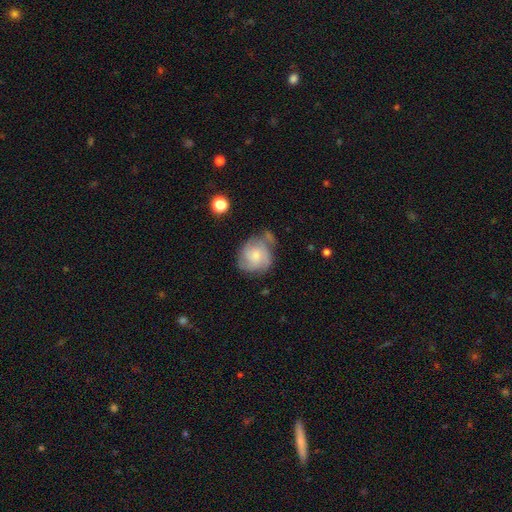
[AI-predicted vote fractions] smooth 51%, featured or disk 42%, star or artifact 8%. Down the decision tree: how rounded — round (74%); merging — none (46%).